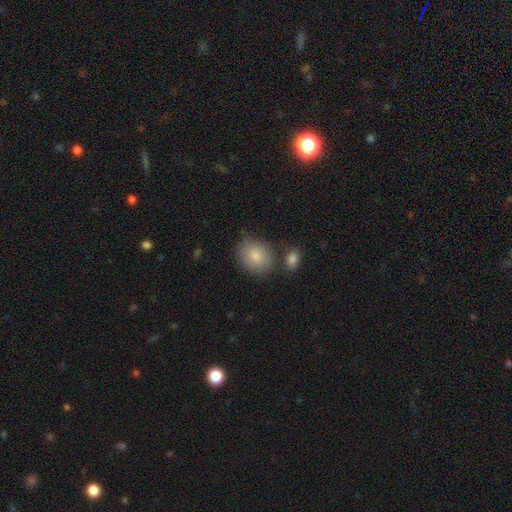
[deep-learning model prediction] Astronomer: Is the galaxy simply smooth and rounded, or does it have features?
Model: smooth — 84%.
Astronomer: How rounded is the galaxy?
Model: round — 63%.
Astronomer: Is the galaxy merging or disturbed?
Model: none — 72%.